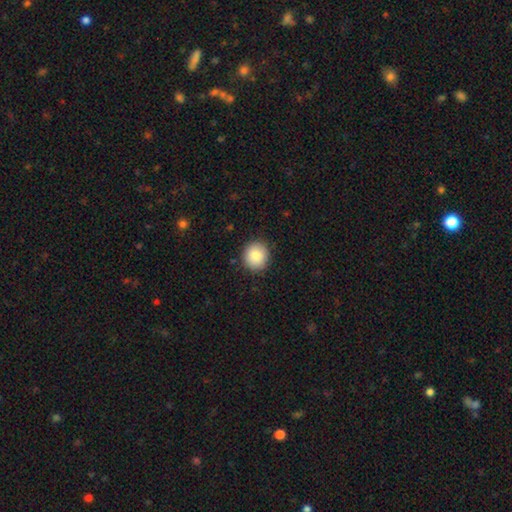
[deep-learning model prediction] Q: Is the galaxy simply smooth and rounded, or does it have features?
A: smooth — 85%.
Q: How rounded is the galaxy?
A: round — 87%.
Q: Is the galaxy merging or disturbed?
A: none — 89%.